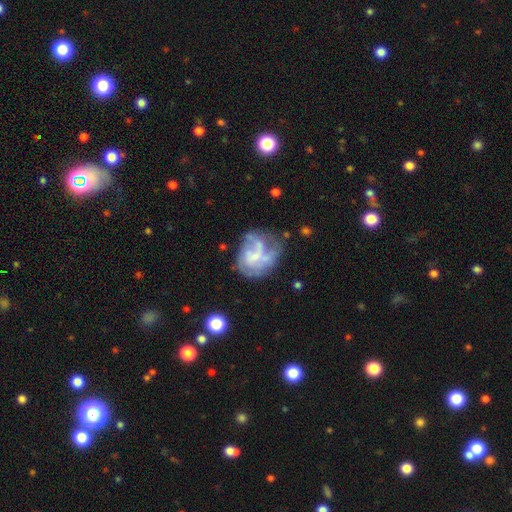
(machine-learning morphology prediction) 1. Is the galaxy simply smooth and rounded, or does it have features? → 62% featured or disk, 28% smooth, 10% star or artifact.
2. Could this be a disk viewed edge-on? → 98% no, 2% yes.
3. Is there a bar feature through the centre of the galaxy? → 66% no, 28% weak, 7% strong.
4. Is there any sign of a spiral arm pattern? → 52% no, 48% yes.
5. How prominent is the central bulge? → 45% none, 29% small, 20% moderate, 4% large, 1% dominant.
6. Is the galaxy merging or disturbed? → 40% none, 29% major disturbance, 22% minor disturbance, 8% merger.